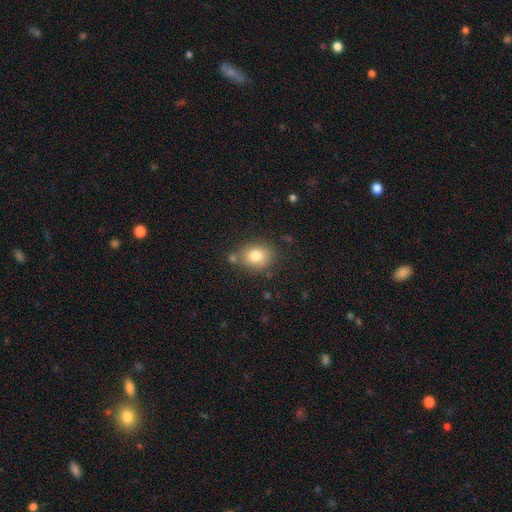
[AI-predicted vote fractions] Smooth or featured: smooth — 80% (featured or disk — 10%)
How rounded: round — 58% (in between — 41%)
Merging: none — 72% (minor disturbance — 15%)